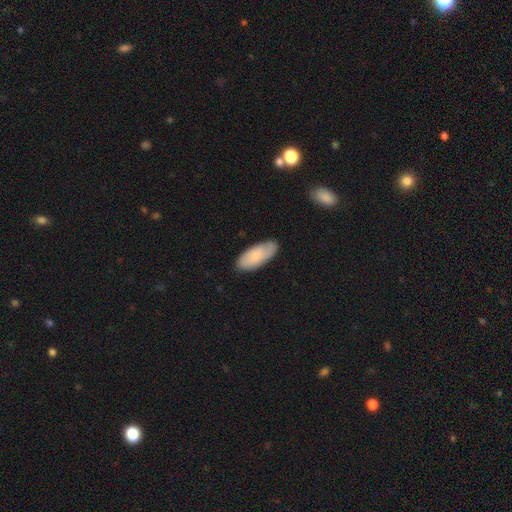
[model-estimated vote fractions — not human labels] A smooth galaxy with no disk features (76%) that is in between round and cigar-shaped (86%). Merging: none (79%).